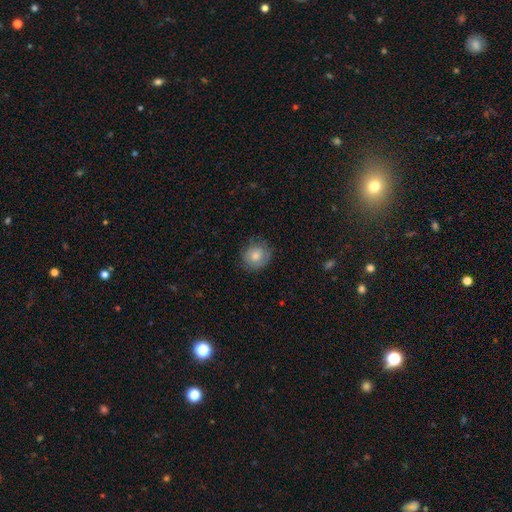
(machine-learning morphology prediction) smooth-or-featured: smooth: 74% | featured or disk: 18% | star or artifact: 8%
  how-rounded: round: 85% | in between: 14% | cigar-shaped: 1%
  merging: none: 75% | minor disturbance: 19% | major disturbance: 5% | merger: 1%